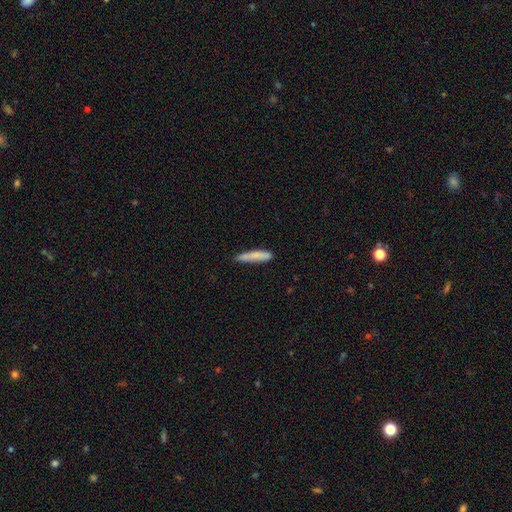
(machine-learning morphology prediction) smooth 79%, featured or disk 15%, star or artifact 6%. Down the decision tree: how rounded — cigar-shaped (87%); merging — none (75%).